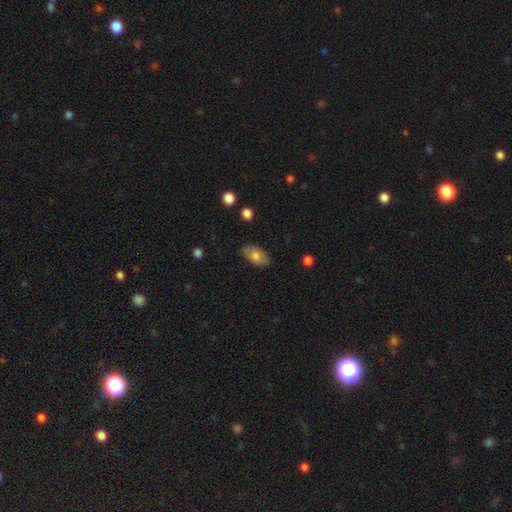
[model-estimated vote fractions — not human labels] Overall: smooth (75%). How rounded: in between (93%). Merging: none (80%).